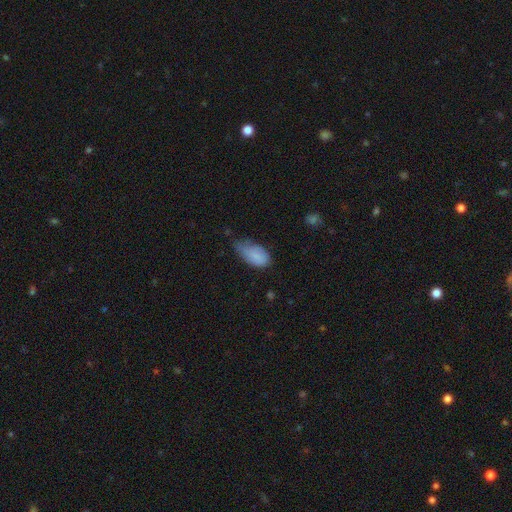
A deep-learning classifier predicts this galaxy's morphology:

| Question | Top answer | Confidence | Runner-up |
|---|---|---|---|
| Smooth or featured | smooth | 82% | featured or disk (11%) |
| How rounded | in between | 93% | round (4%) |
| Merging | minor disturbance | 51% | none (25%) |